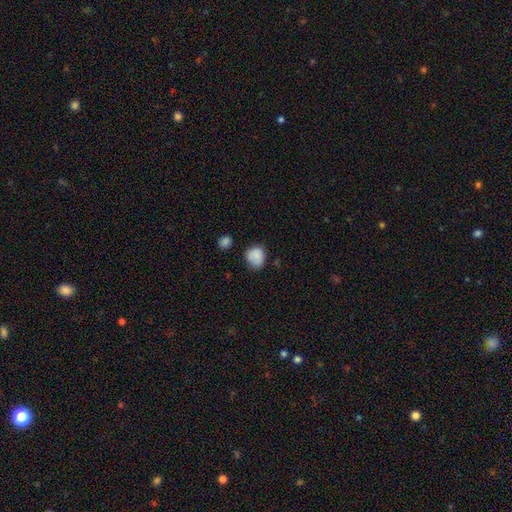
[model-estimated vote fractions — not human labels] Smooth or featured? Predicted: smooth (p=0.83). How rounded? Predicted: round (p=0.71). Merging? Predicted: none (p=0.63).